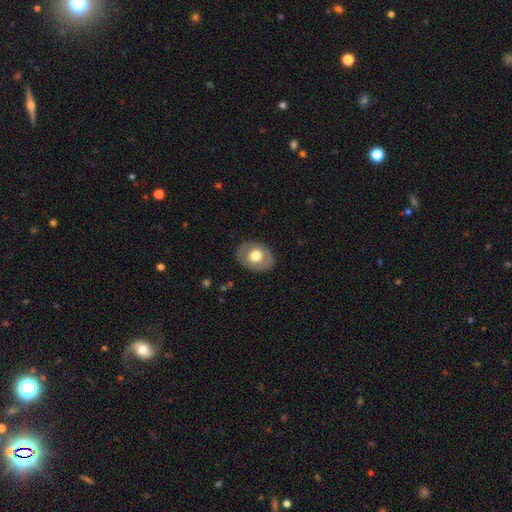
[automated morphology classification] smooth 59%, featured or disk 35%, star or artifact 6%. Down the decision tree: how rounded — in between (63%); merging — none (85%).